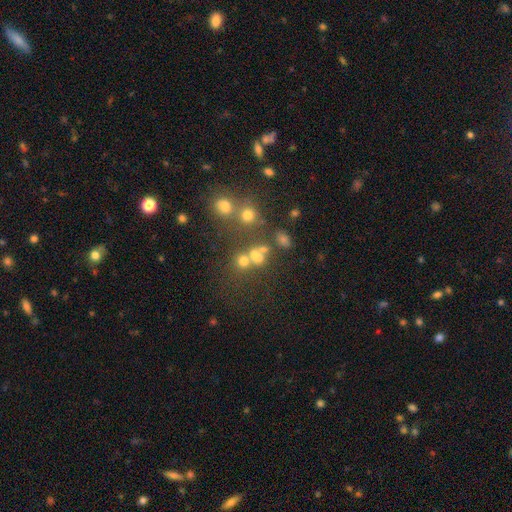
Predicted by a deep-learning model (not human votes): A smooth galaxy with no disk features (57%) that is round (75%).

Vote fractions:
- Smooth or featured? smooth: 57% / star or artifact: 27% / featured or disk: 16%
- How rounded? round: 75% / in between: 24% / cigar-shaped: 2%
- Merging? none: 50% / merger: 33% / minor disturbance: 10% / major disturbance: 7%